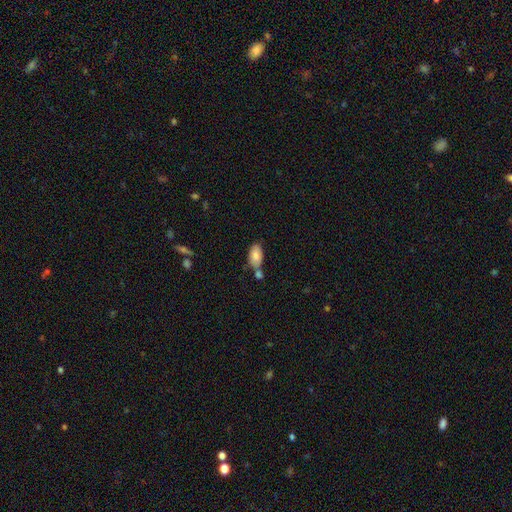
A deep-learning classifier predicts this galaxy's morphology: smooth 82%, featured or disk 11%, star or artifact 7%. Down the decision tree: how rounded — in between (94%); merging — none (55%).